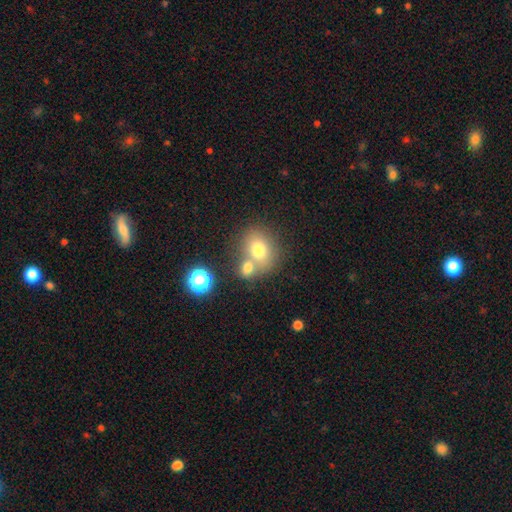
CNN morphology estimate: Overall: smooth (68%). How rounded: round (69%; in between 30%). Merging: none (52%; merger 35%).